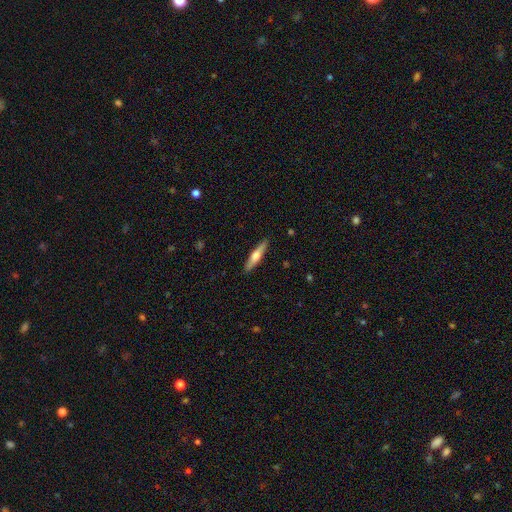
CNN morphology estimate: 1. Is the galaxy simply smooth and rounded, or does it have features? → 48% featured or disk, 47% smooth, 5% star or artifact.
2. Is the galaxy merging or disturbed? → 90% none, 7% minor disturbance, 2% major disturbance, 1% merger.